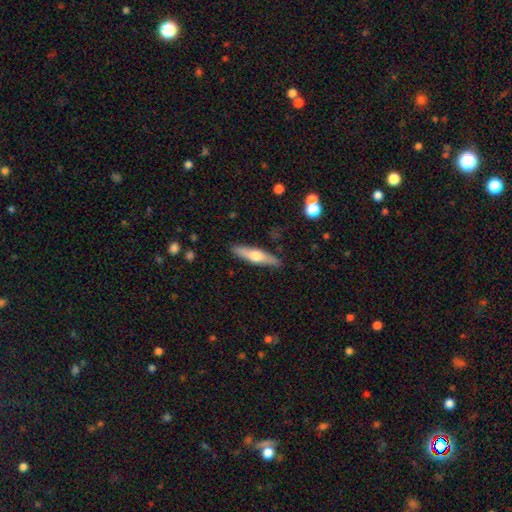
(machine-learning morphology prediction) type=smooth (47%, tied with featured or disk); merging=none (88%).